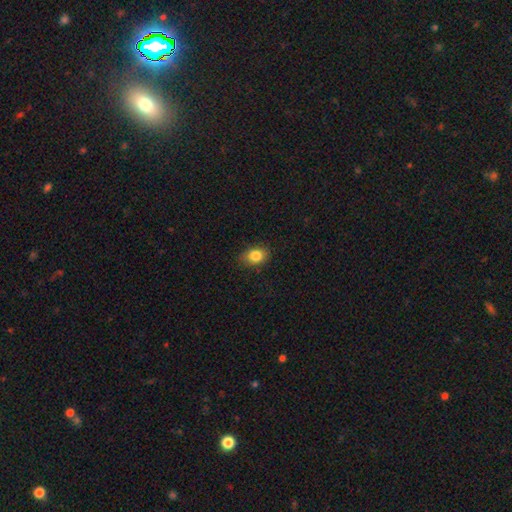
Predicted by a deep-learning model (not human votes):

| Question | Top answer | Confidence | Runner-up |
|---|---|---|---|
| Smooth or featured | smooth | 84% | star or artifact (10%) |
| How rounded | in between | 68% | round (31%) |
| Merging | none | 82% | minor disturbance (14%) |